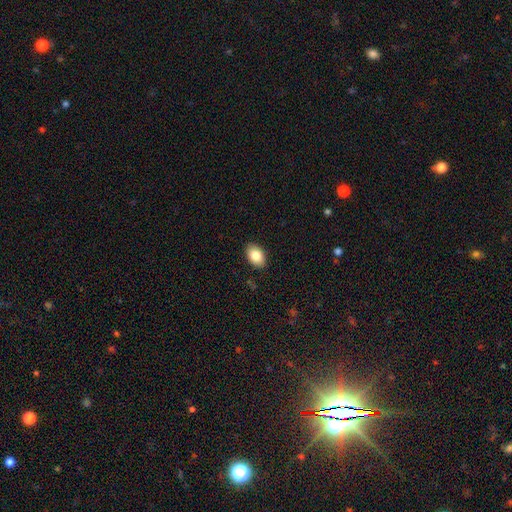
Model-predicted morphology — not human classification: Overall: smooth (86%). How rounded: in between (89%). Merging: none (89%).